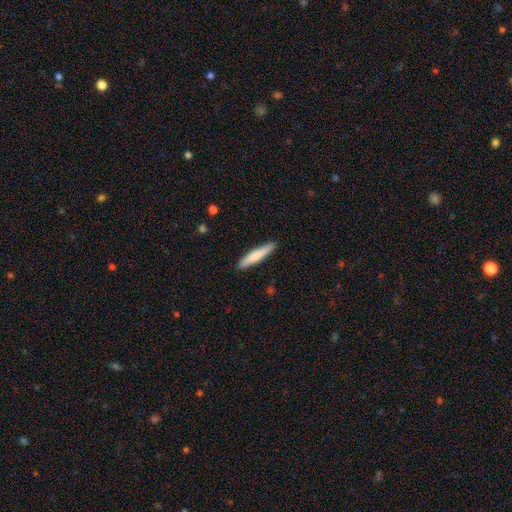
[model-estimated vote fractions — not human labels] smooth-or-featured: smooth: 72% | featured or disk: 23% | star or artifact: 5%
  how-rounded: cigar-shaped: 91% | in between: 8% | round: 1%
  merging: none: 90% | minor disturbance: 8% | major disturbance: 2% | merger: 1%